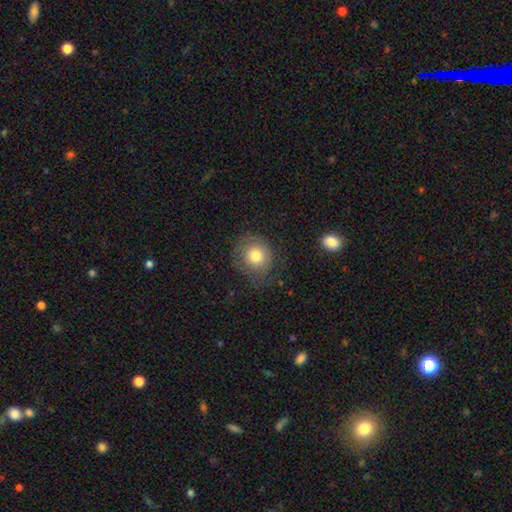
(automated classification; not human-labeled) Smooth or featured?
  - smooth: 73% *
  - featured or disk: 18%
  - star or artifact: 9%
How rounded?
  - round: 85% *
  - in between: 14%
  - cigar-shaped: 1%
Merging?
  - none: 69% *
  - minor disturbance: 19%
  - major disturbance: 11%
  - merger: 1%